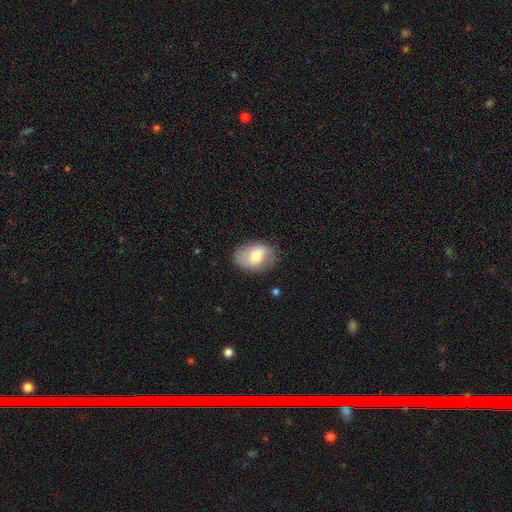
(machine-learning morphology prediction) Overall: smooth (68%). How rounded: in between (78%). Merging: none (77%).